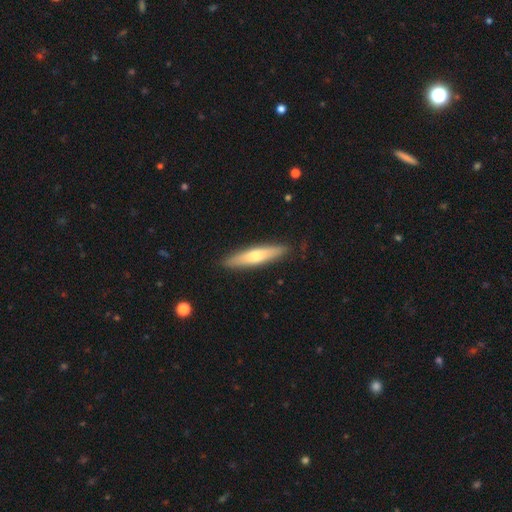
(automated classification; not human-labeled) Smooth or featured?
  - smooth: 60% *
  - featured or disk: 35%
  - star or artifact: 5%
How rounded?
  - cigar-shaped: 85% *
  - in between: 13%
  - round: 1%
Merging?
  - none: 89% *
  - minor disturbance: 9%
  - major disturbance: 2%
  - merger: 1%